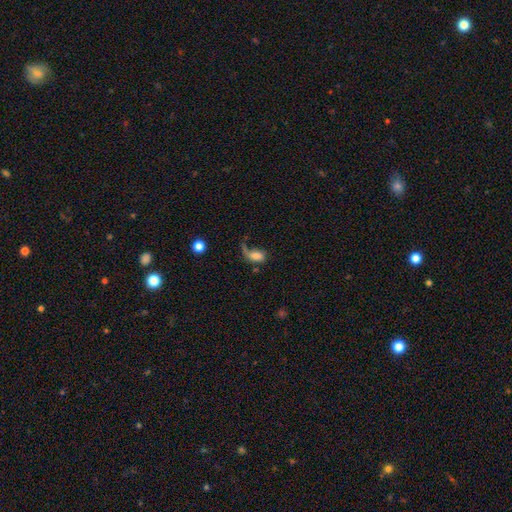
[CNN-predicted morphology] Smooth or featured: smooth — 64% (featured or disk — 25%)
How rounded: in between — 82% (round — 14%)
Merging: major disturbance — 42% (none — 29%)